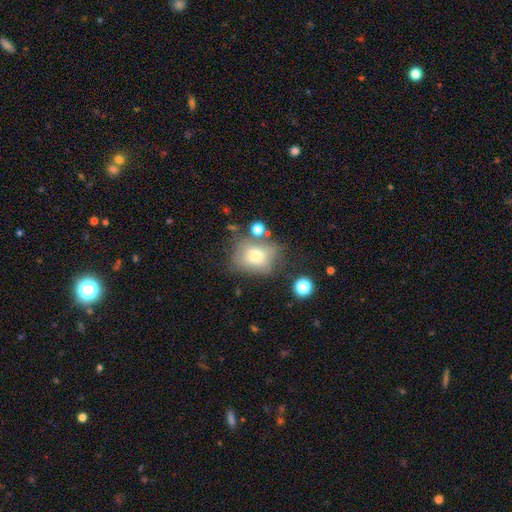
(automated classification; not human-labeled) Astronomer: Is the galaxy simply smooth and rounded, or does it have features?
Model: smooth — 68%.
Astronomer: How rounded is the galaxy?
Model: round — 55% (runner-up: in between, 44%).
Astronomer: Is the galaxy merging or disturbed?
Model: none — 51%.